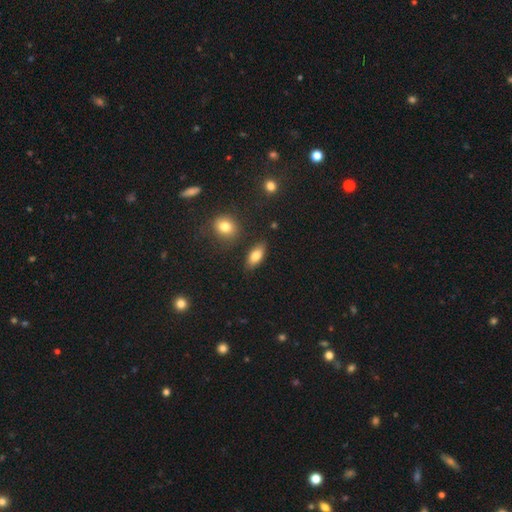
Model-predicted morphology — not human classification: Overall: smooth (80%). How rounded: in between (85%). Merging: none (84%).